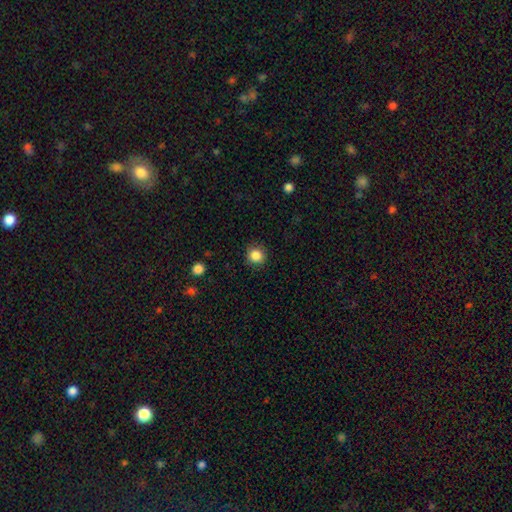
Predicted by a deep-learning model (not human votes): Smooth or featured?
  - smooth: 86% *
  - star or artifact: 10%
  - featured or disk: 4%
How rounded?
  - round: 91% *
  - in between: 8%
  - cigar-shaped: 1%
Merging?
  - none: 87% *
  - minor disturbance: 9%
  - major disturbance: 3%
  - merger: 1%